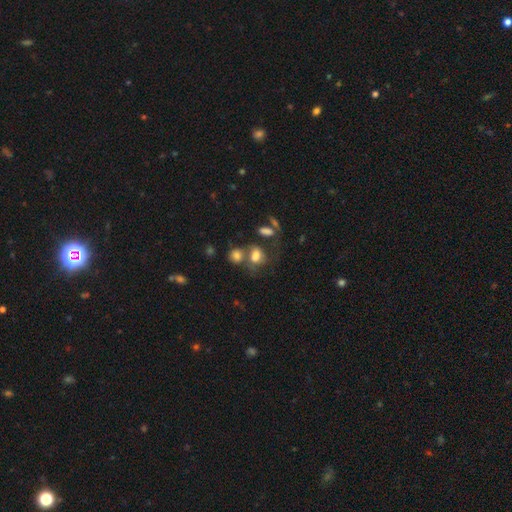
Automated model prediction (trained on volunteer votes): Smooth or featured? Predicted: smooth (p=0.69). How rounded? Predicted: in between (p=0.65). Merging? Predicted: merger (p=0.40).